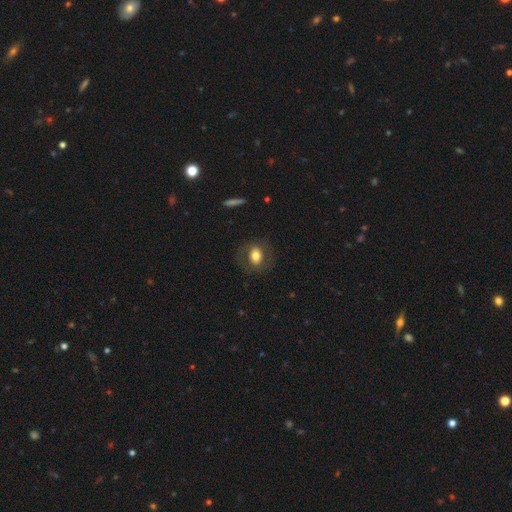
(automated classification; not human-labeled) Smooth or featured?
  - smooth: 67% *
  - featured or disk: 25%
  - star or artifact: 8%
How rounded?
  - in between: 62% *
  - round: 36%
  - cigar-shaped: 2%
Merging?
  - none: 78% *
  - minor disturbance: 12%
  - major disturbance: 9%
  - merger: 1%